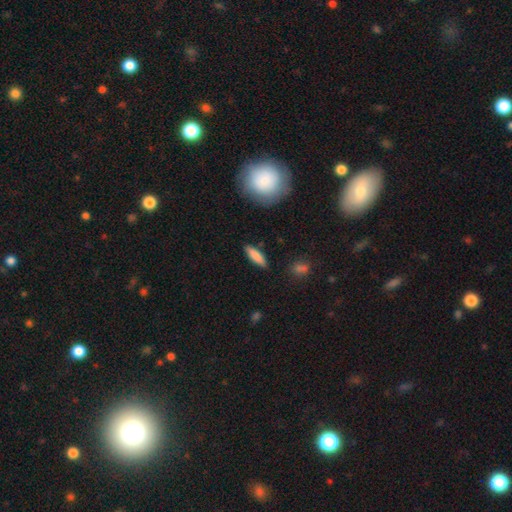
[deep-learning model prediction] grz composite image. It shows a smooth galaxy with no disk features (83%) that is cigar-shaped (54%). Merging: none (86%).